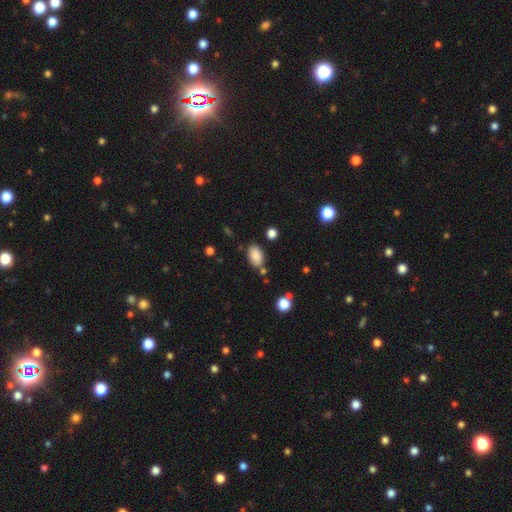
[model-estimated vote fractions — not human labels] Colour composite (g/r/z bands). It shows a smooth galaxy with no disk features (86%) that is in between round and cigar-shaped (91%). Merging: none (77%).